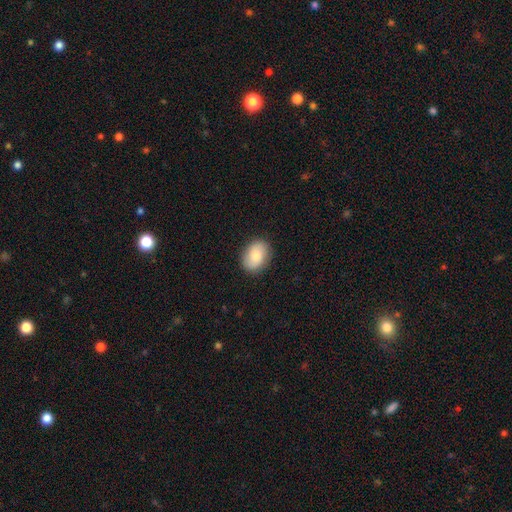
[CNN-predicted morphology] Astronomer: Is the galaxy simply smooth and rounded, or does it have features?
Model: smooth — 78%.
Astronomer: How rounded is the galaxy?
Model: in between — 77%.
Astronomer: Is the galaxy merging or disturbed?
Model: none — 86%.